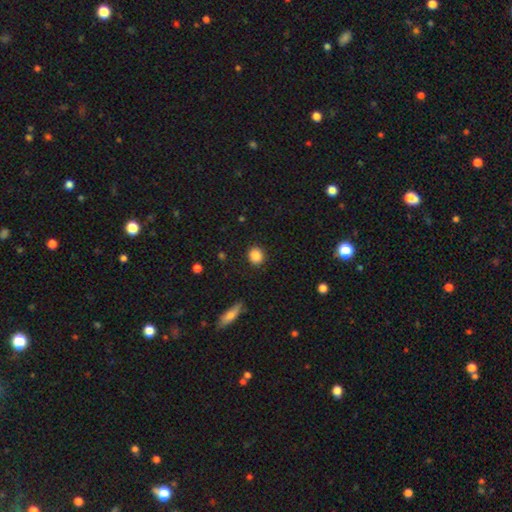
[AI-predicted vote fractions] Smooth or featured? Predicted: smooth (p=0.87). How rounded? Predicted: round (p=0.84). Merging? Predicted: none (p=0.90).